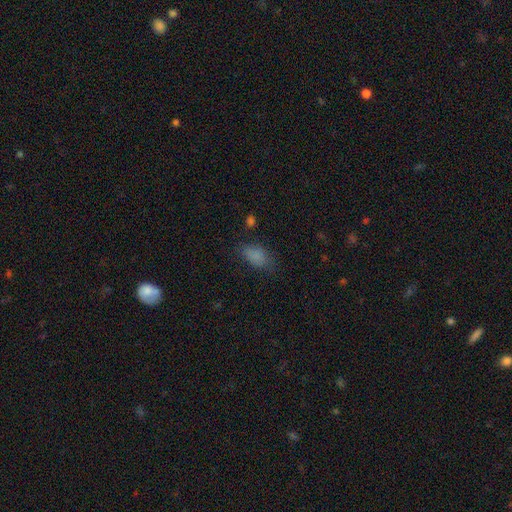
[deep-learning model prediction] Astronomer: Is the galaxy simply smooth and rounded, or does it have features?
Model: smooth — 81%.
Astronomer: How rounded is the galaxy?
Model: in between — 89%.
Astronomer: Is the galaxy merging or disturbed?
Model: none — 62%.